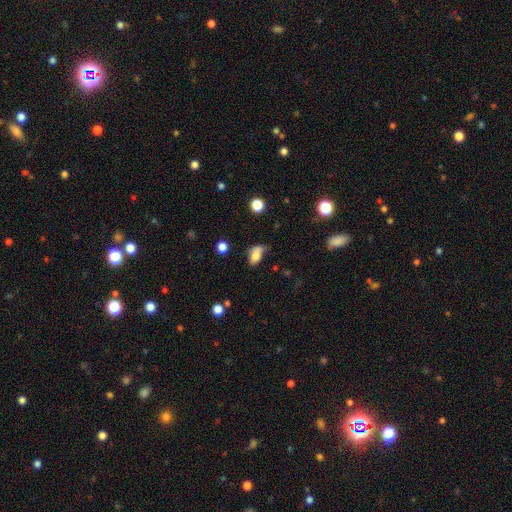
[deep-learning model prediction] This is likely a smooth galaxy (74%). How rounded: clearly in between (86%). Merging: marginally minor disturbance (36%).